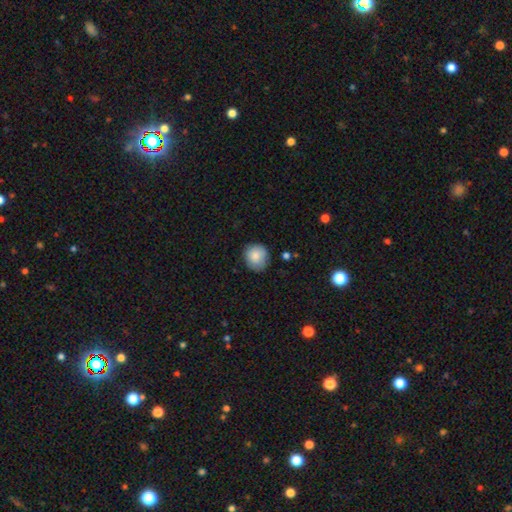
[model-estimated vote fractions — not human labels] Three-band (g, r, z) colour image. It shows a smooth galaxy with no disk features (84%) that is round (85%). Merging: none (80%).